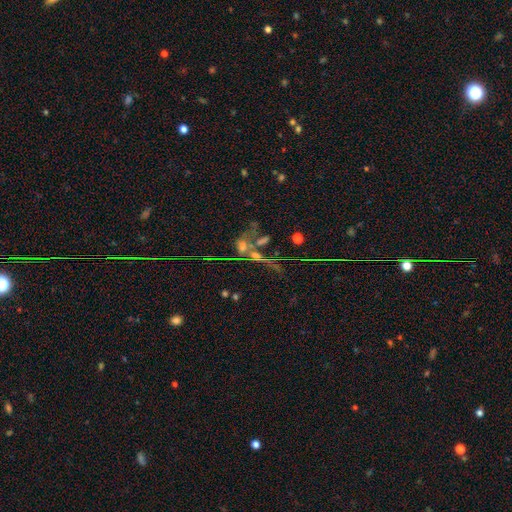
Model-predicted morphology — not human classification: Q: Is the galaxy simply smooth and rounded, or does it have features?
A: star or artifact — 43%.